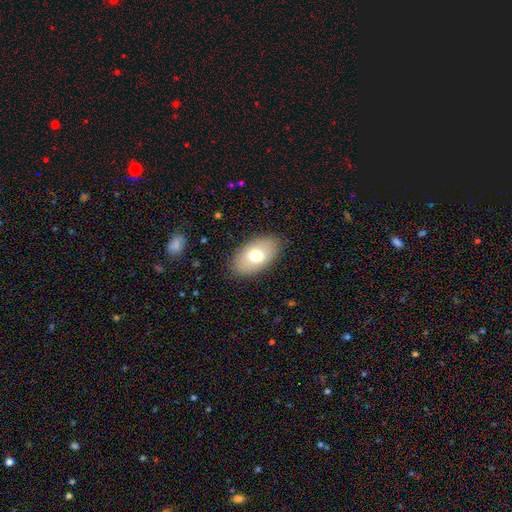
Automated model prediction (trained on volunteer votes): Smooth or featured: smooth — 70% (featured or disk — 23%)
How rounded: in between — 93% (round — 5%)
Merging: none — 86% (minor disturbance — 10%)